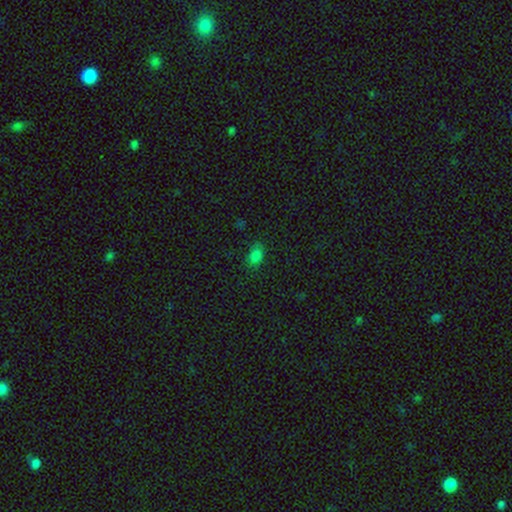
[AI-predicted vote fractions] Smooth or featured? smooth (78%)
How rounded? in between (84%)
Merging? none (76%)